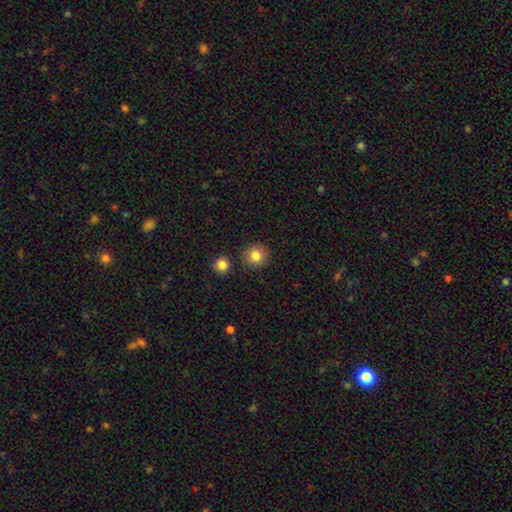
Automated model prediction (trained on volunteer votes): Smooth or featured? Predicted: smooth (p=0.83). How rounded? Predicted: round (p=0.93). Merging? Predicted: none (p=0.88).